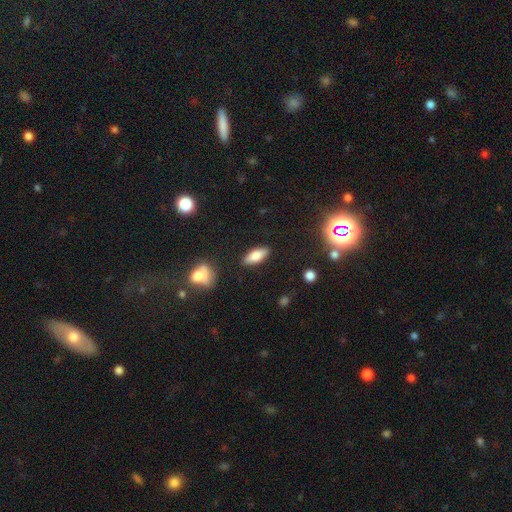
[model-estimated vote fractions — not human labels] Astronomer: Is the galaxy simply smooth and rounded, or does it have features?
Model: smooth — 77%.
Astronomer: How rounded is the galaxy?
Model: in between — 75%.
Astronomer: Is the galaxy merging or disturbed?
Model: none — 86%.